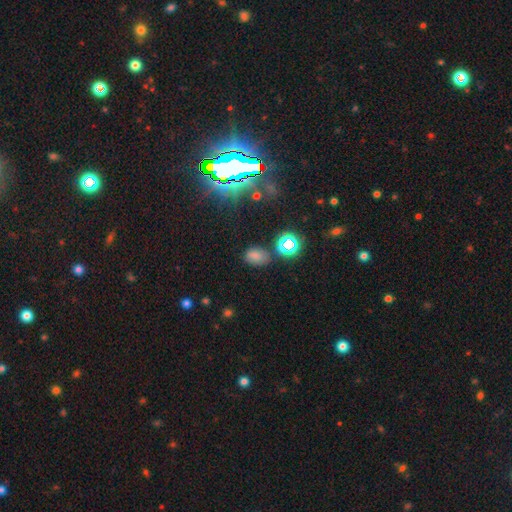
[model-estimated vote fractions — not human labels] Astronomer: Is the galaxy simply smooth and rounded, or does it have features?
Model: smooth — 68%.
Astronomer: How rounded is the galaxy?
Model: in between — 79%.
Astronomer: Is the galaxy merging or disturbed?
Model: none — 72%.